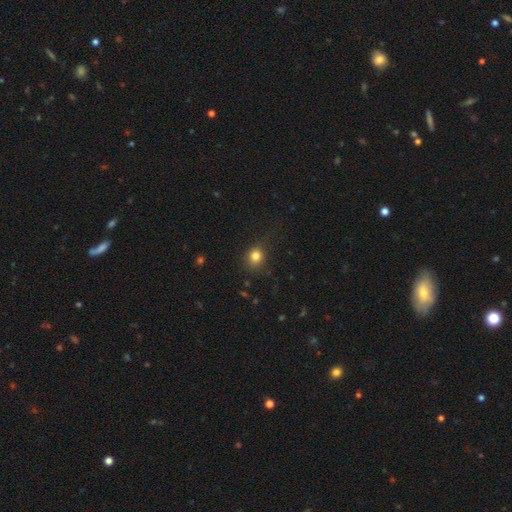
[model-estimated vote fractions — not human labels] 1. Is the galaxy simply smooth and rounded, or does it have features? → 81% smooth, 13% star or artifact, 6% featured or disk.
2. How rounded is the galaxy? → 75% round, 24% in between, 1% cigar-shaped.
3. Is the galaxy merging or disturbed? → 79% none, 14% minor disturbance, 5% major disturbance, 1% merger.